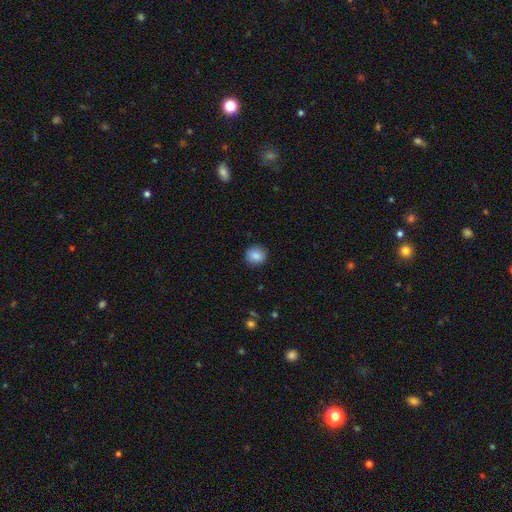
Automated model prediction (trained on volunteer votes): Overall: smooth (87%). How rounded: round (88%). Merging: none (89%).